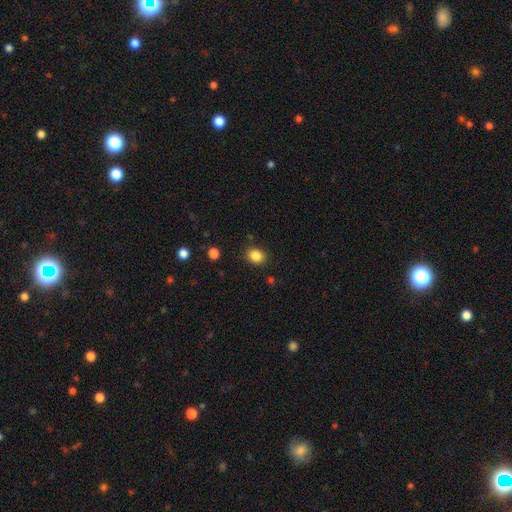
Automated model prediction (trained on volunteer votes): A smooth galaxy with no disk features (85%) that is round (55%). Merging: none (85%).